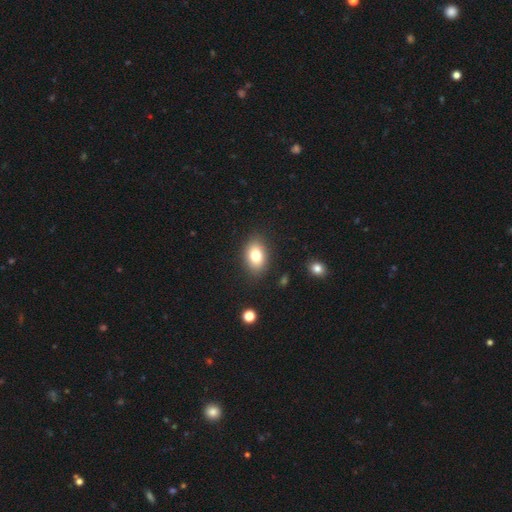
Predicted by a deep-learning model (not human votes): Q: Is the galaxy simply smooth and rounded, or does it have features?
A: smooth — 79%.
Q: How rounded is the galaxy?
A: in between — 78%.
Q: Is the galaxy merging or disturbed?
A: none — 86%.